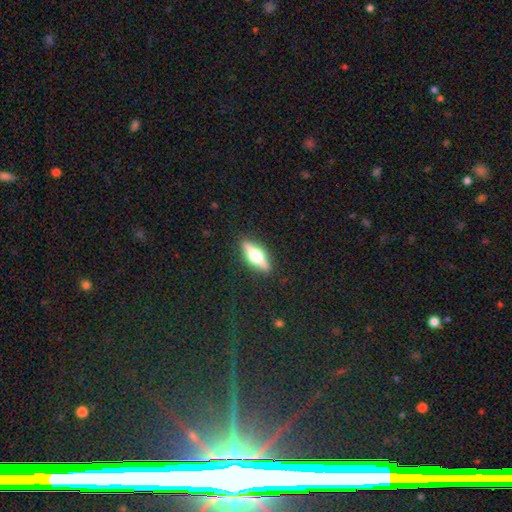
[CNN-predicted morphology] Smooth or featured? Predicted: featured or disk (p=0.56). Edge-on disk? Predicted: yes (p=0.93). Edge-on bulge? Predicted: rounded (p=0.94). Merging? Predicted: none (p=0.89).